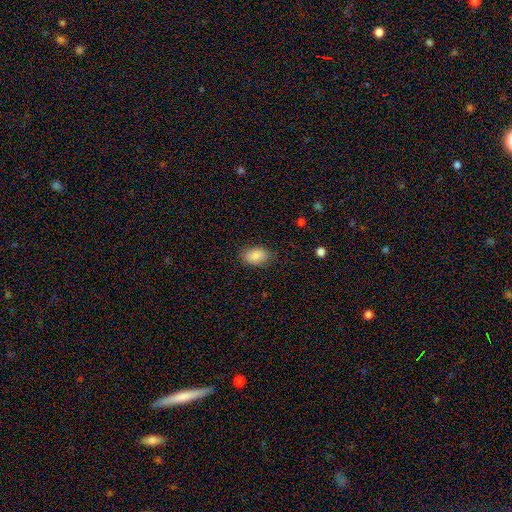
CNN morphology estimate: Smooth or featured? smooth (86%)
How rounded? in between (90%)
Merging? none (80%)